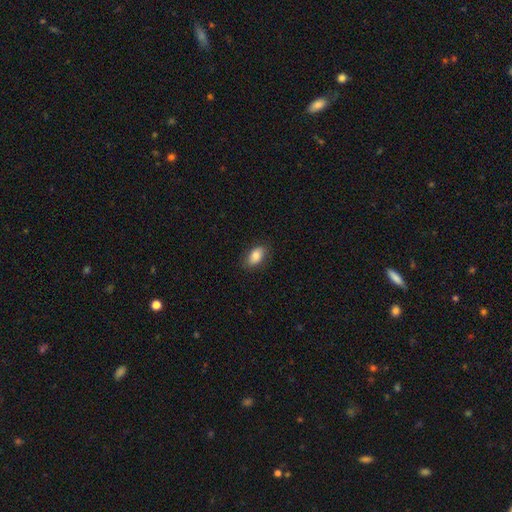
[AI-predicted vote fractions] Smooth or featured?
  - smooth: 82% *
  - featured or disk: 11%
  - star or artifact: 7%
How rounded?
  - in between: 90% *
  - round: 8%
  - cigar-shaped: 2%
Merging?
  - none: 83% *
  - minor disturbance: 13%
  - major disturbance: 3%
  - merger: 1%